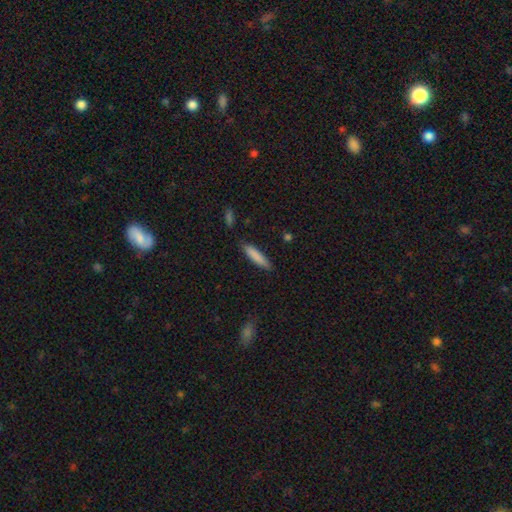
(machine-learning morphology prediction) This appears to be a smooth galaxy with no disk features (84%) that is cigar-shaped (84%). Merging: none (85%).